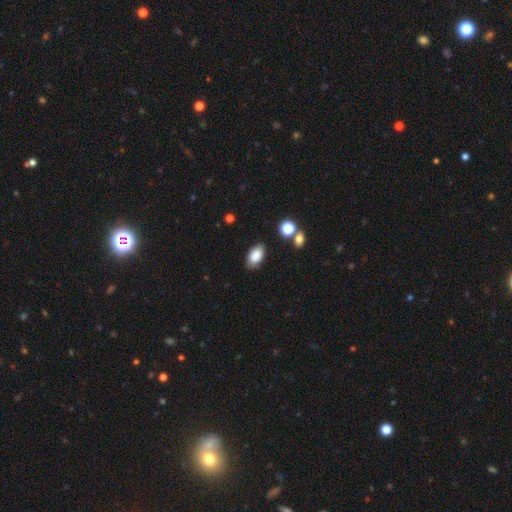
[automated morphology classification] type=smooth (86%); roundness=in between (93%); merging=none (79%).